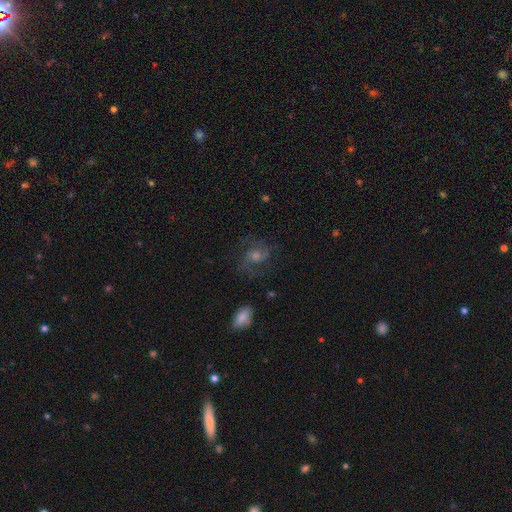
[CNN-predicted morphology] Q: Smooth or featured?
A: featured or disk (78%); runner-up: star or artifact (12%)
Q: Edge-on disk?
A: no (97%); runner-up: yes (3%)
Q: Bar?
A: no (51%); runner-up: weak (41%)
Q: Spiral arms?
A: yes (96%); runner-up: no (4%)
Q: Spiral winding?
A: medium (58%); runner-up: tight (26%)
Q: Spiral arm count?
A: 2 (83%); runner-up: can't tell (6%)
Q: Bulge size?
A: moderate (52%); runner-up: small (31%)
Q: Merging?
A: none (77%); runner-up: minor disturbance (14%)